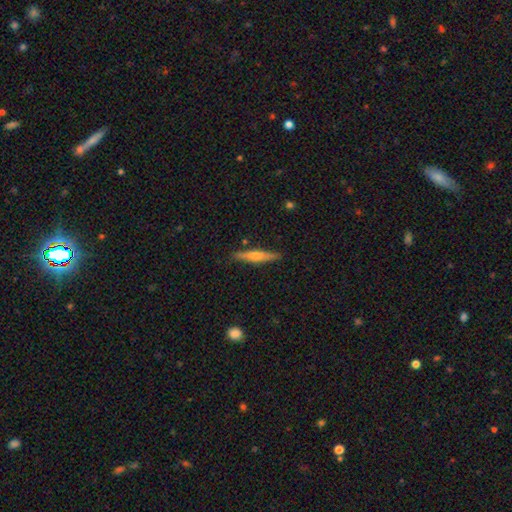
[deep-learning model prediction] Q: Smooth or featured?
A: smooth (55%); runner-up: featured or disk (38%)
Q: How rounded?
A: cigar-shaped (90%); runner-up: in between (9%)
Q: Merging?
A: none (87%); runner-up: minor disturbance (9%)